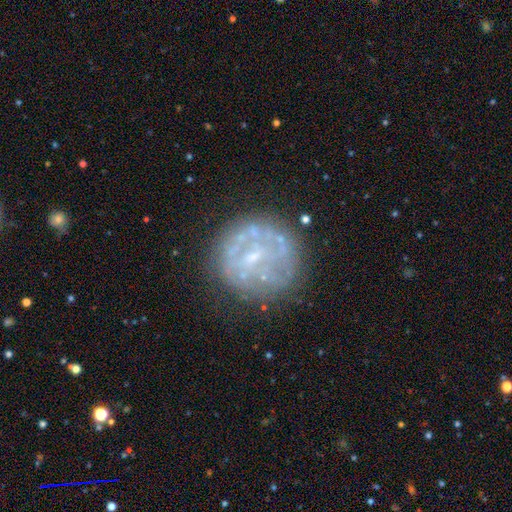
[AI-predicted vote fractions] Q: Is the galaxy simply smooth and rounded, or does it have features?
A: featured or disk — 64%.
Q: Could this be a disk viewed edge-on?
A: no — 97%.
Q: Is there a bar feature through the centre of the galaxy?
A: no — 56%.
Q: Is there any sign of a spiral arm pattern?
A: no — 65%.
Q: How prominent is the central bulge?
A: small — 60%.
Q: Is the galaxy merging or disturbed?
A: none — 72%.